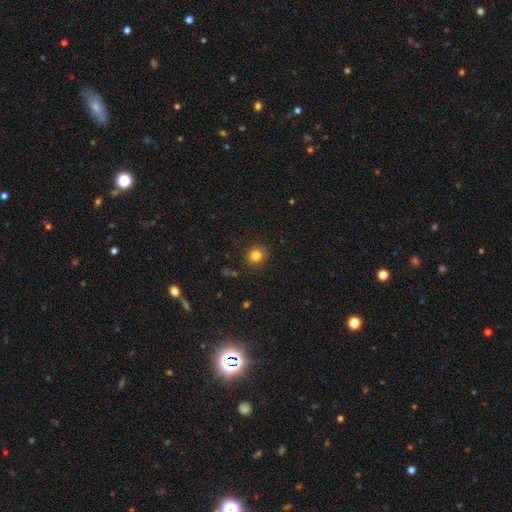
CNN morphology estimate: Smooth or featured? smooth (82%)
How rounded? round (74%)
Merging? none (87%)